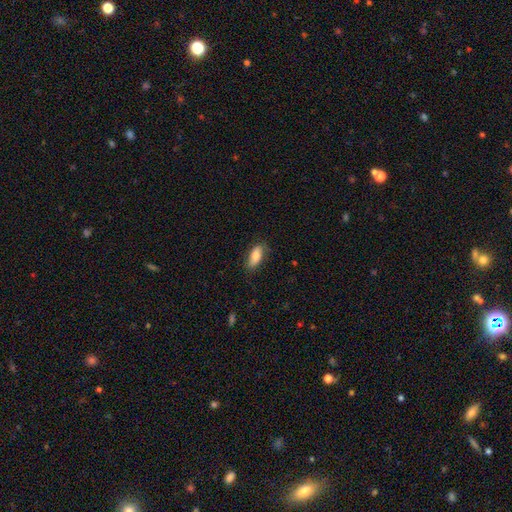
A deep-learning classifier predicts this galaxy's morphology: type=smooth (78%); roundness=in between (80%); merging=none (77%).